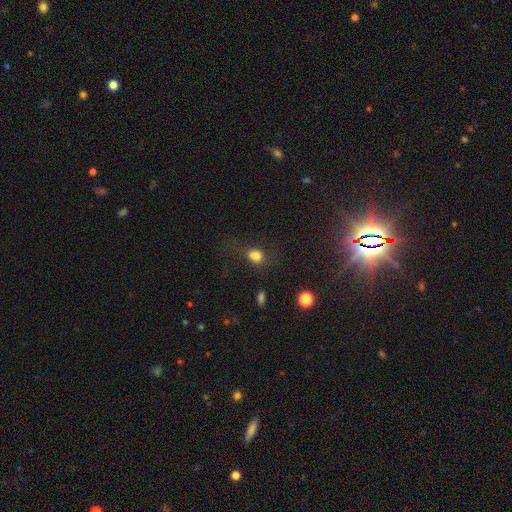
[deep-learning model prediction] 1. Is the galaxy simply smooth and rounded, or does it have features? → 72% smooth, 16% star or artifact, 12% featured or disk.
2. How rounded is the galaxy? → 56% round, 42% in between, 2% cigar-shaped.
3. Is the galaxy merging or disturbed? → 38% merger, 36% none, 15% minor disturbance, 11% major disturbance.